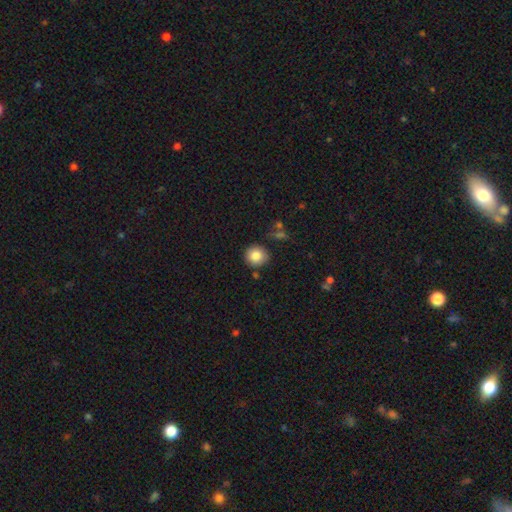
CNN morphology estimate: The model was most divided on "merging": none: 83%, minor disturbance: 10%, merger: 4%, major disturbance: 3%. More confident: how rounded — round (90%); smooth or featured — smooth (85%).